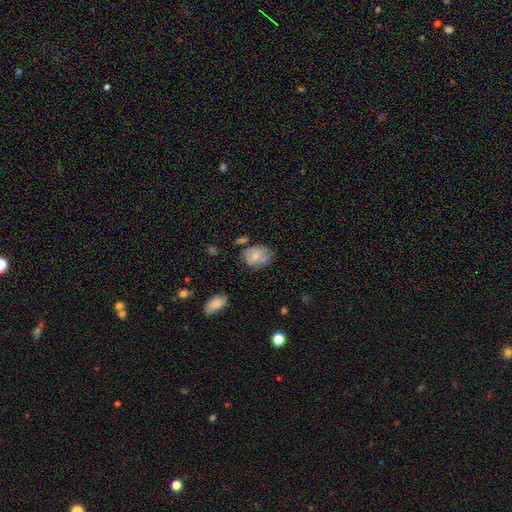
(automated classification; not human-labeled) smooth_or_featured: smooth (p=0.63) [alt: featured or disk p=0.29]
how_rounded: in between (p=0.62) [alt: round p=0.37]
merging: none (p=0.53) [alt: minor disturbance p=0.30]